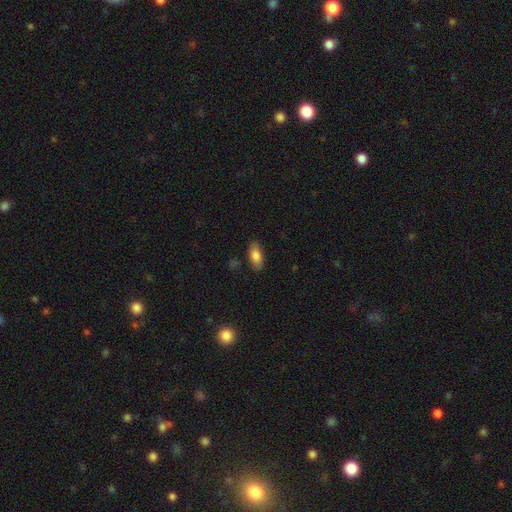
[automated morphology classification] A smooth galaxy with no disk features (83%) that is in between round and cigar-shaped (85%).

Vote fractions:
- Smooth or featured? smooth: 83% / featured or disk: 10% / star or artifact: 7%
- How rounded? in between: 85% / cigar-shaped: 13% / round: 3%
- Merging? none: 85% / minor disturbance: 11% / major disturbance: 2% / merger: 1%